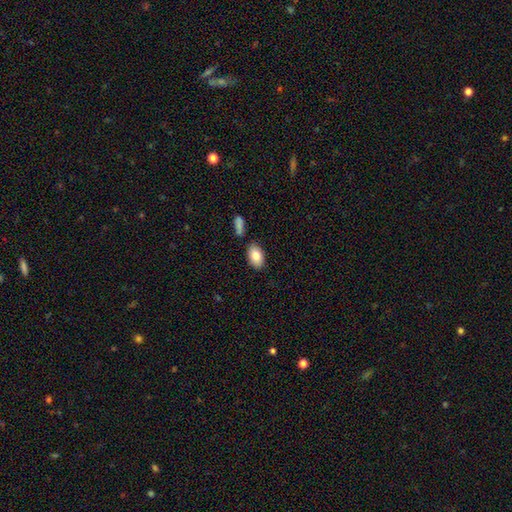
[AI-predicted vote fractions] A smooth galaxy with no disk features (82%) that is in between round and cigar-shaped (92%). Merging: none (82%).